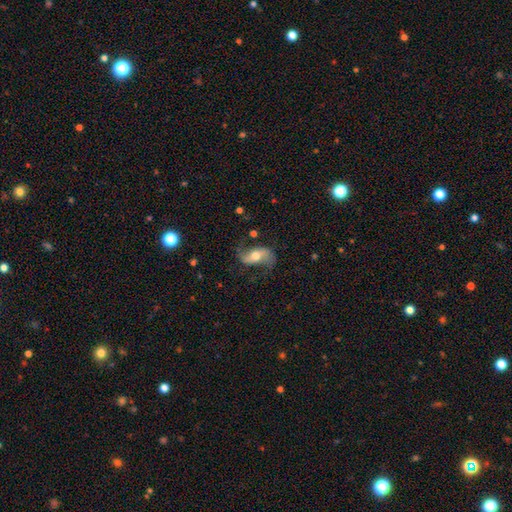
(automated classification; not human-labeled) Overall: featured or disk (73%). Edge-on disk: no (93%). Bar: no (37%; weak 35%). Spiral arms: yes (90%). Spiral arm count: 2 (91%). Spiral winding: loose (75%). Bulge size: moderate (68%). Merging: none (66%).